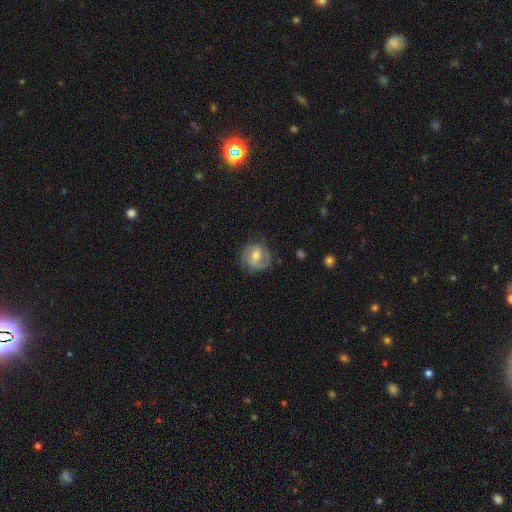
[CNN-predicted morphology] Q: Smooth or featured?
A: featured or disk (61%); runner-up: smooth (33%)
Q: Edge-on disk?
A: no (97%); runner-up: yes (3%)
Q: Bar?
A: weak (49%); runner-up: no (31%)
Q: Spiral arms?
A: yes (84%); runner-up: no (16%)
Q: Bulge size?
A: moderate (59%); runner-up: small (35%)
Q: Merging?
A: none (74%); runner-up: minor disturbance (18%)